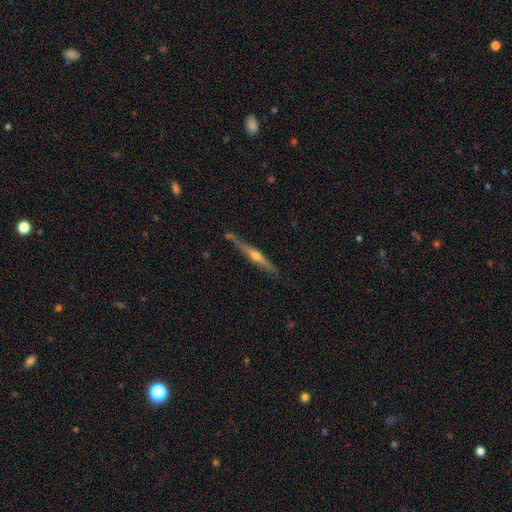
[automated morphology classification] This is likely a featured or disk galaxy (77%). It is clearly viewed edge-on (98%). Edge-on bulge: clearly rounded (89%). Merging: clearly none (83%).